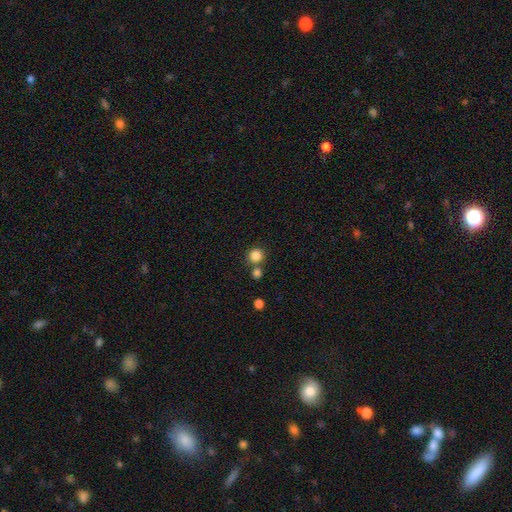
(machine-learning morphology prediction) Q: Smooth or featured?
A: smooth (84%); runner-up: star or artifact (11%)
Q: How rounded?
A: round (91%); runner-up: in between (8%)
Q: Merging?
A: none (69%); runner-up: merger (21%)